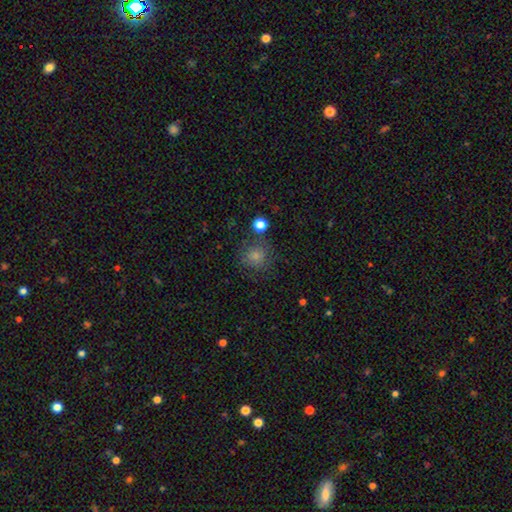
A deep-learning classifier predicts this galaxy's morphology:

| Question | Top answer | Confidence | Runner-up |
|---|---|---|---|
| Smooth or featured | smooth | 65% | star or artifact (24%) |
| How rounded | round | 89% | in between (10%) |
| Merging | none | 80% | minor disturbance (11%) |